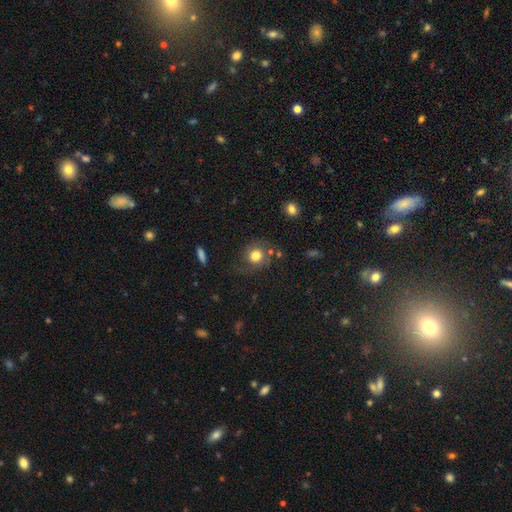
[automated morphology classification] This appears to be a smooth galaxy with no disk features (74%) that is round (83%). Merging: none (70%).